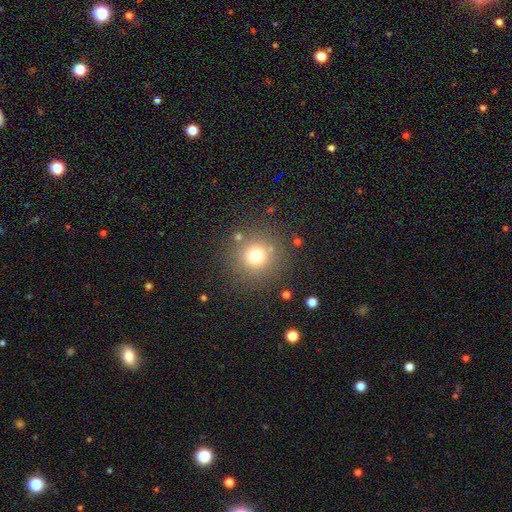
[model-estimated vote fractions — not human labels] Q: Smooth or featured?
A: smooth (73%); runner-up: star or artifact (17%)
Q: How rounded?
A: round (95%); runner-up: in between (4%)
Q: Merging?
A: none (85%); runner-up: minor disturbance (8%)